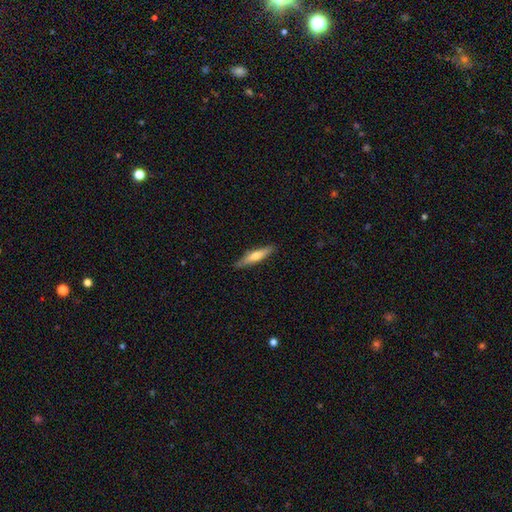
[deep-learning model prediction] Smooth or featured? Predicted: smooth (p=0.59). How rounded? Predicted: cigar-shaped (p=0.83). Merging? Predicted: none (p=0.85).